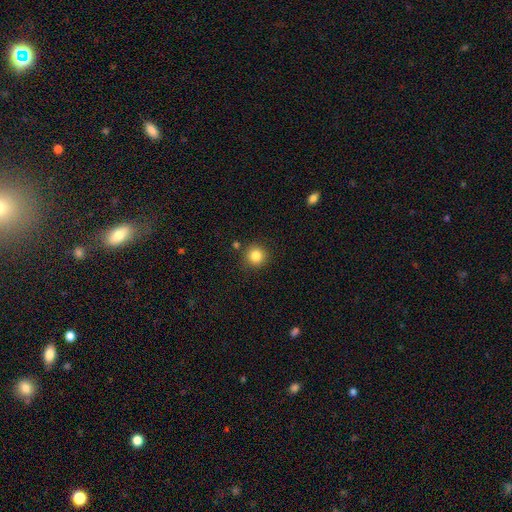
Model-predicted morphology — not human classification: Smooth or featured? smooth (84%)
How rounded? round (94%)
Merging? none (87%)